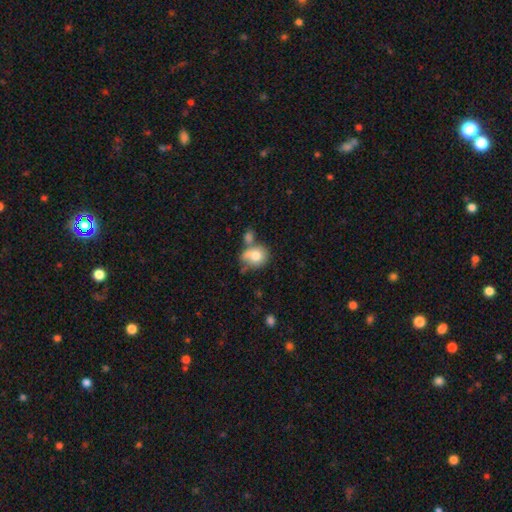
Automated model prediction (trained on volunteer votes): The model was most divided on "merging": none: 39%, merger: 34%, minor disturbance: 19%, major disturbance: 9%. More confident: smooth or featured — smooth (76%); how rounded — round (65%).